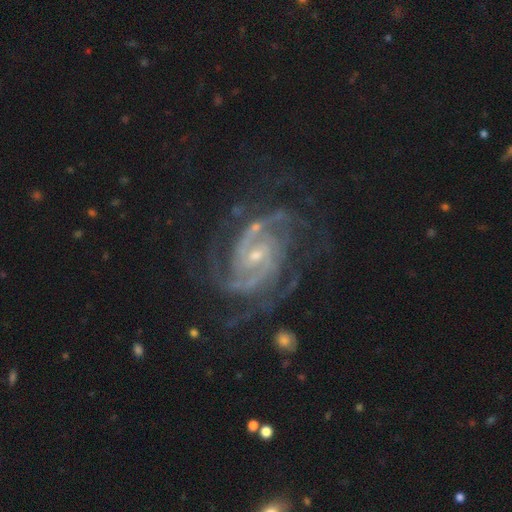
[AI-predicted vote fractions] featured or disk 92%, star or artifact 5%, smooth 3%. Down the decision tree: edge-on disk — no (98%); bar — weak (43%); spiral arms — yes (98%); spiral arm count — 2 (39%); spiral winding — tight (53%); bulge size — small (72%); merging — none (69%).